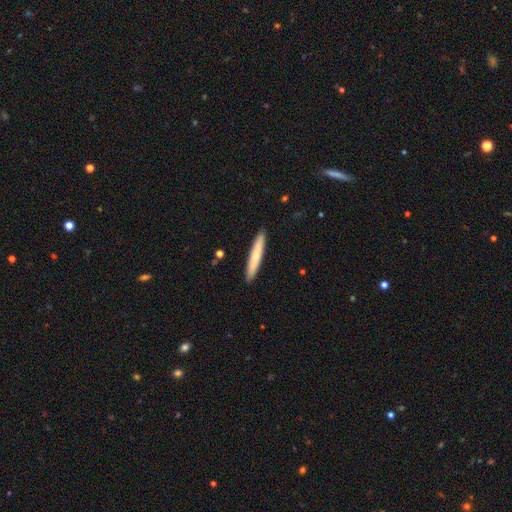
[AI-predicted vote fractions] Smooth or featured?
  - smooth: 71% *
  - featured or disk: 23%
  - star or artifact: 5%
How rounded?
  - cigar-shaped: 95% *
  - in between: 4%
  - round: 1%
Merging?
  - none: 92% *
  - minor disturbance: 6%
  - major disturbance: 1%
  - merger: 1%